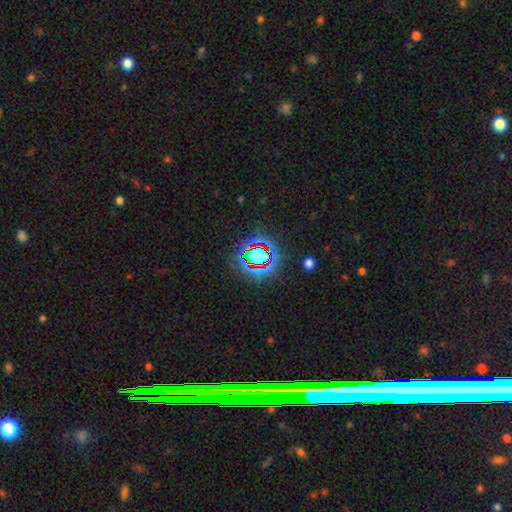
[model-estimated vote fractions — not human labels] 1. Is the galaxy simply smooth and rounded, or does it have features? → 66% star or artifact, 22% smooth, 12% featured or disk.